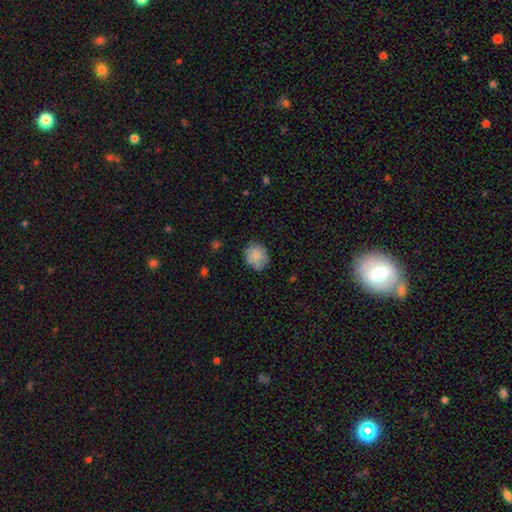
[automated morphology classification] Smooth or featured? Predicted: smooth (p=0.82). How rounded? Predicted: round (p=0.71). Merging? Predicted: none (p=0.75).